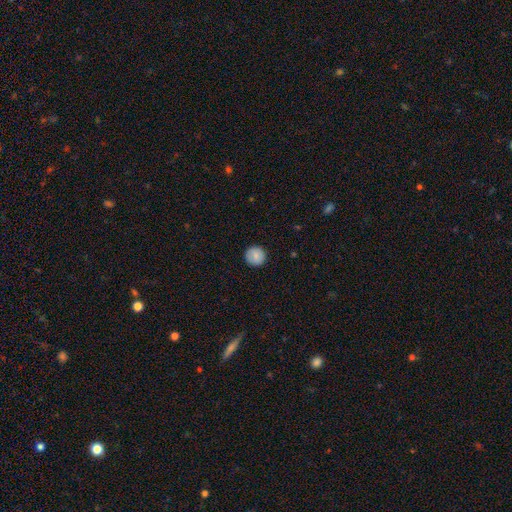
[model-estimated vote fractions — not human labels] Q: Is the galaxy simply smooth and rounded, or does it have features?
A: smooth — 85%.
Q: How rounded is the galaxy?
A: round — 95%.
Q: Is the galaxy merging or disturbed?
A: none — 91%.